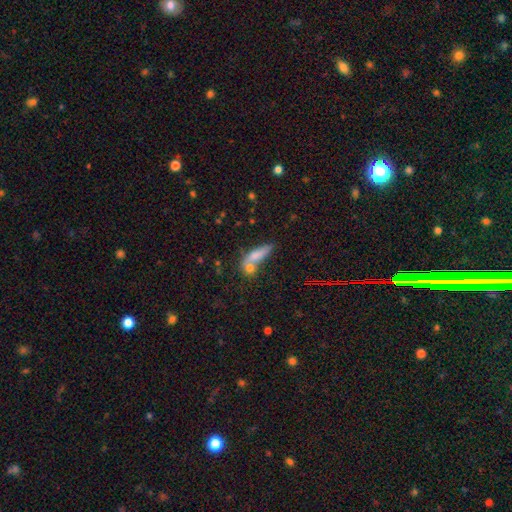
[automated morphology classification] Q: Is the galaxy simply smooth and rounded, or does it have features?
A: smooth — 73%.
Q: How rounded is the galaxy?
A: cigar-shaped — 52%.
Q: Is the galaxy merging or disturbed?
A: merger — 41%.